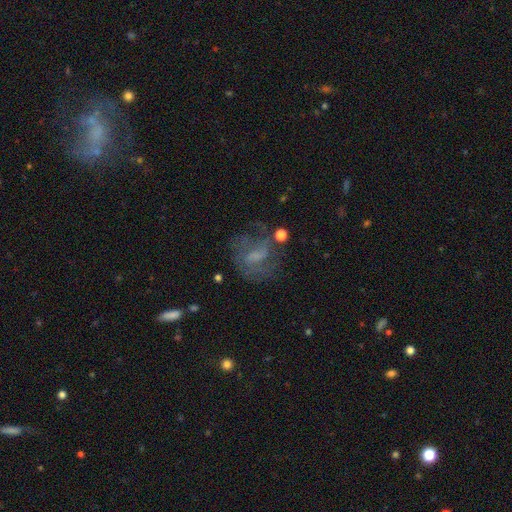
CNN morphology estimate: Smooth or featured? Predicted: featured or disk (p=0.59). Edge-on disk? Predicted: no (p=0.97). Bar? Predicted: weak (p=0.48). Spiral arms? Predicted: yes (p=0.70). Bulge size? Predicted: none (p=0.39). Merging? Predicted: none (p=0.51).